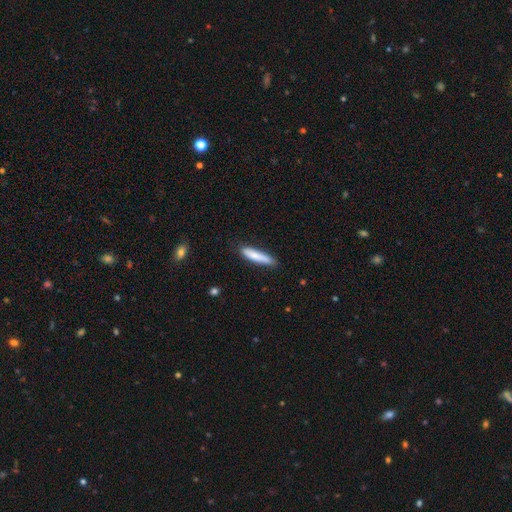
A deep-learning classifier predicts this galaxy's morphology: Smooth or featured? smooth (80%)
How rounded? cigar-shaped (84%)
Merging? none (81%)